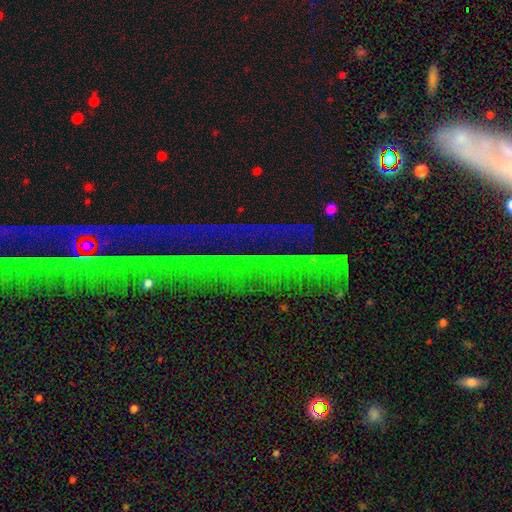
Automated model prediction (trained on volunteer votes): A star or artifact, not a galaxy (79%).

Vote fractions:
- Smooth or featured? star or artifact: 79% / featured or disk: 12% / smooth: 9%